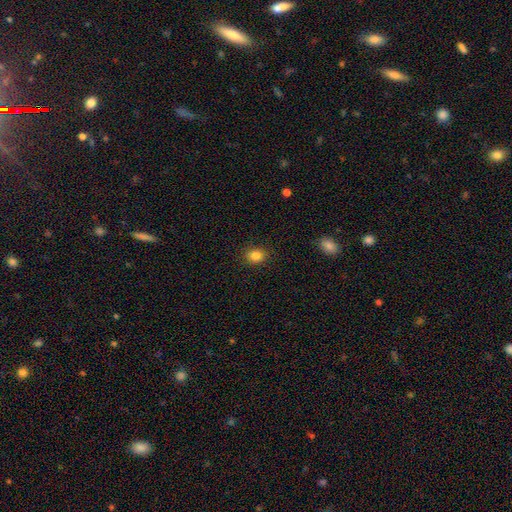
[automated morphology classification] The model was most divided on "how rounded": round: 62%, in between: 37%, cigar-shaped: 1%. More confident: merging — none (88%); smooth or featured — smooth (84%).